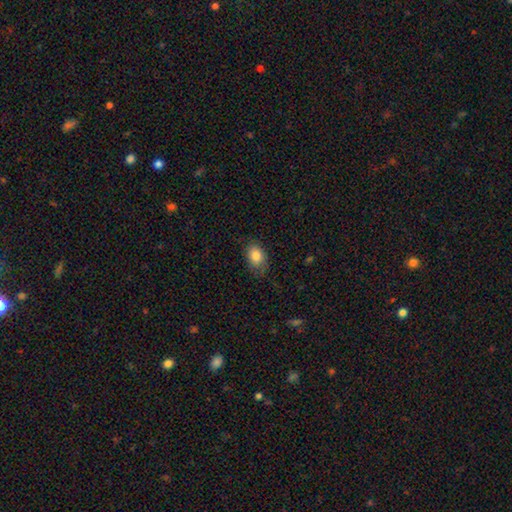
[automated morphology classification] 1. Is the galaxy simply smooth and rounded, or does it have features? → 85% smooth, 8% star or artifact, 7% featured or disk.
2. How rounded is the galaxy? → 77% in between, 22% round, 1% cigar-shaped.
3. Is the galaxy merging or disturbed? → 73% none, 21% minor disturbance, 5% major disturbance, 1% merger.